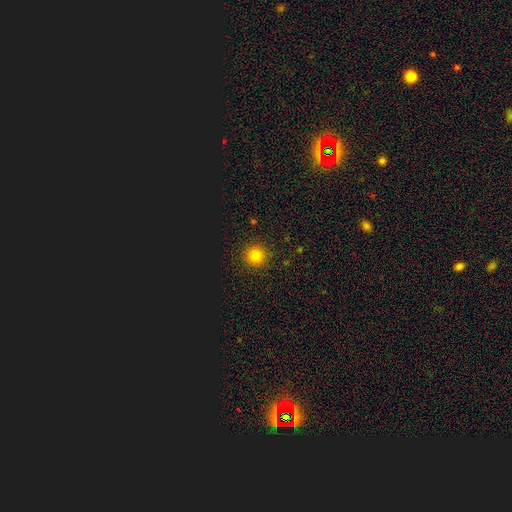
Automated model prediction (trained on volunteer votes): A smooth galaxy with no disk features (80%) that is round (94%).

Vote fractions:
- Smooth or featured? smooth: 80% / star or artifact: 16% / featured or disk: 5%
- How rounded? round: 94% / in between: 5% / cigar-shaped: 1%
- Merging? none: 91% / minor disturbance: 6% / major disturbance: 2% / merger: 1%